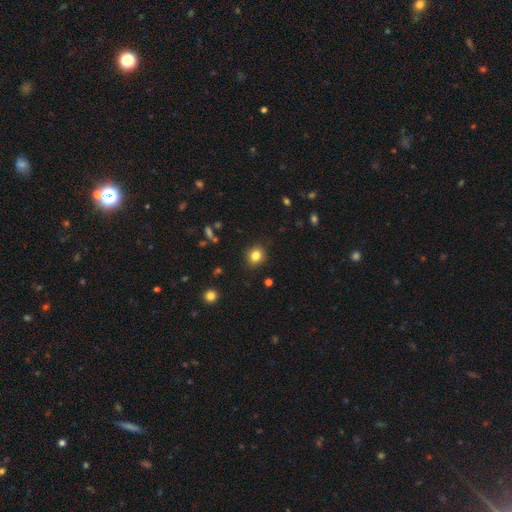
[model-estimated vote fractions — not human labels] smooth 83%, star or artifact 11%, featured or disk 6%. Down the decision tree: how rounded — round (80%); merging — none (89%).